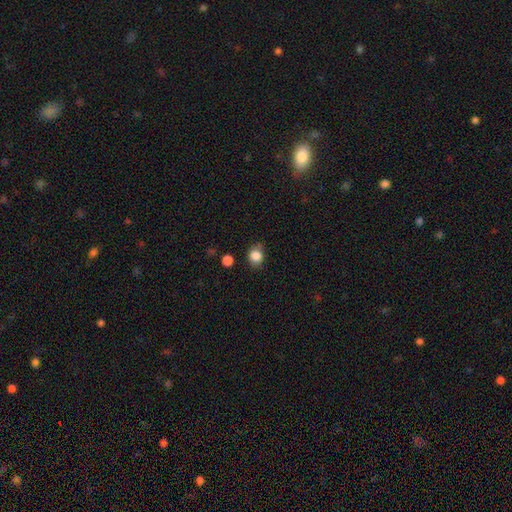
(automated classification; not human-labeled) Smooth or featured? Predicted: smooth (p=0.85). How rounded? Predicted: round (p=0.69). Merging? Predicted: none (p=0.73).